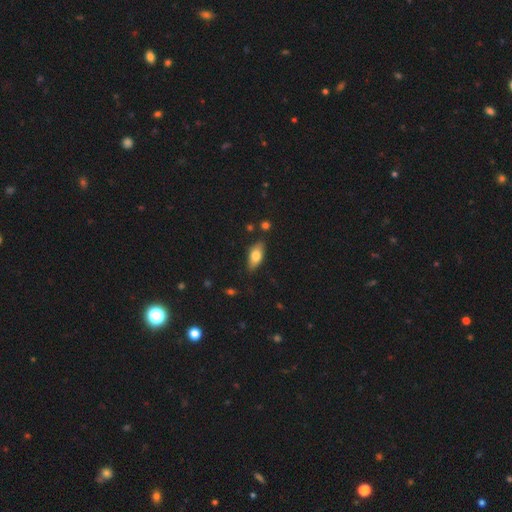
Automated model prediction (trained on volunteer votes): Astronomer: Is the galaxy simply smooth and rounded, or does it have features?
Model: smooth — 74%.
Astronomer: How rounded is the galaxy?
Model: in between — 86%.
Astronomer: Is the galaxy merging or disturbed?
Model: none — 83%.